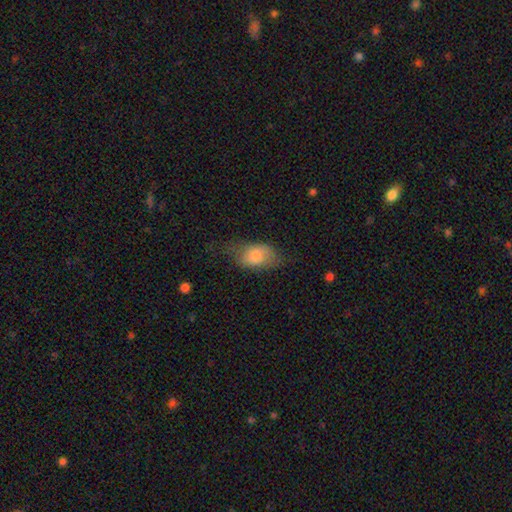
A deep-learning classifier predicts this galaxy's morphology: Smooth or featured: smooth — 78% (featured or disk — 15%)
How rounded: in between — 89% (round — 9%)
Merging: none — 45% (minor disturbance — 32%)